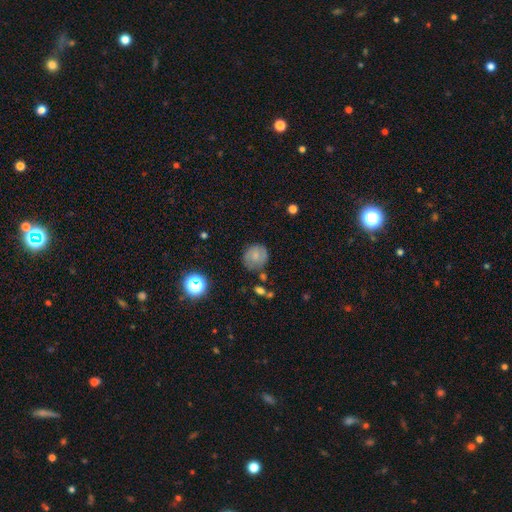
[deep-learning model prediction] This is likely a smooth galaxy (71%). How rounded: clearly round (81%). Merging: likely none (69%).